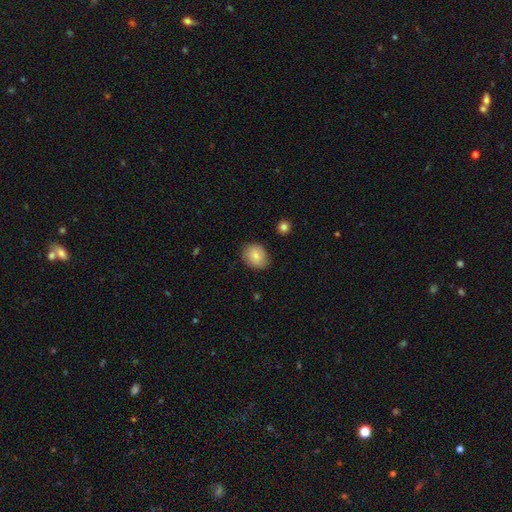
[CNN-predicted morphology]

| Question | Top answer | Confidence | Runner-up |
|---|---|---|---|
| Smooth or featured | smooth | 80% | featured or disk (12%) |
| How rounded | round | 52% | in between (47%) |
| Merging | none | 81% | minor disturbance (14%) |